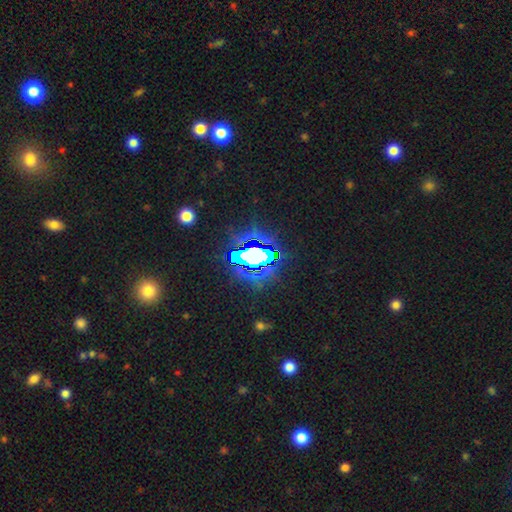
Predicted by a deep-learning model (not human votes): A star or artifact, not a galaxy (74%).

Vote fractions:
- Smooth or featured? star or artifact: 74% / smooth: 14% / featured or disk: 12%